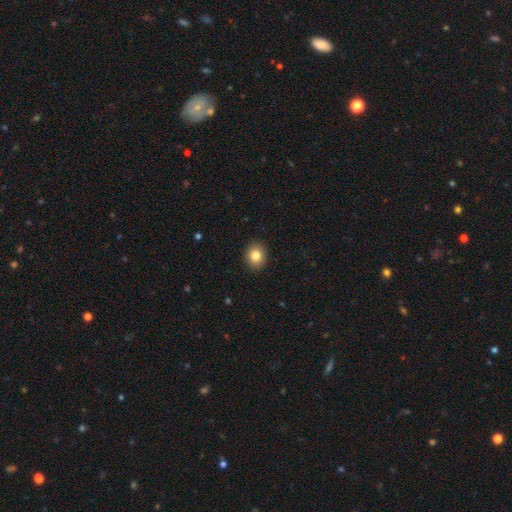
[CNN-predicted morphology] The model was most divided on "how rounded": round: 61%, in between: 38%, cigar-shaped: 1%. More confident: merging — none (91%); smooth or featured — smooth (83%).